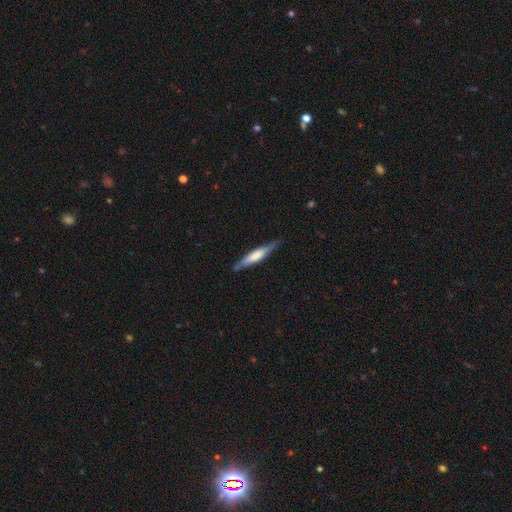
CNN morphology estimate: Smooth or featured? Predicted: smooth (p=0.48). Merging? Predicted: none (p=0.79).